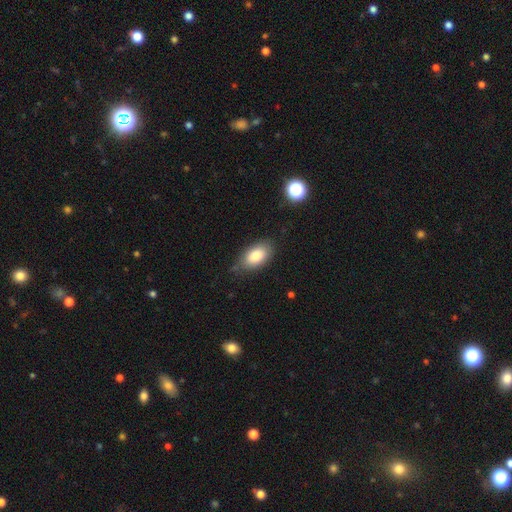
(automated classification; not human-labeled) A smooth galaxy with no disk features (82%) that is in between round and cigar-shaped (93%). Merging: none (76%).